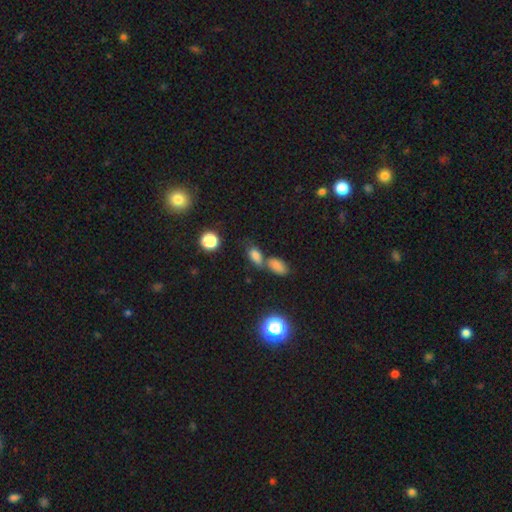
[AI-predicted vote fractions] smooth-or-featured: smooth: 74% | star or artifact: 18% | featured or disk: 9%
  how-rounded: in between: 84% | round: 9% | cigar-shaped: 6%
  merging: merger: 44% | none: 40% | minor disturbance: 10% | major disturbance: 5%